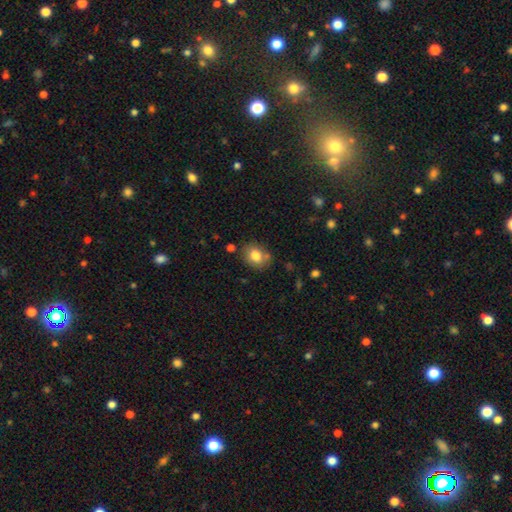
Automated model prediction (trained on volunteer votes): A smooth galaxy with no disk features (80%) that is round (54%).

Vote fractions:
- Smooth or featured? smooth: 80% / featured or disk: 10% / star or artifact: 10%
- How rounded? round: 54% / in between: 45% / cigar-shaped: 1%
- Merging? none: 75% / minor disturbance: 14% / merger: 7% / major disturbance: 3%